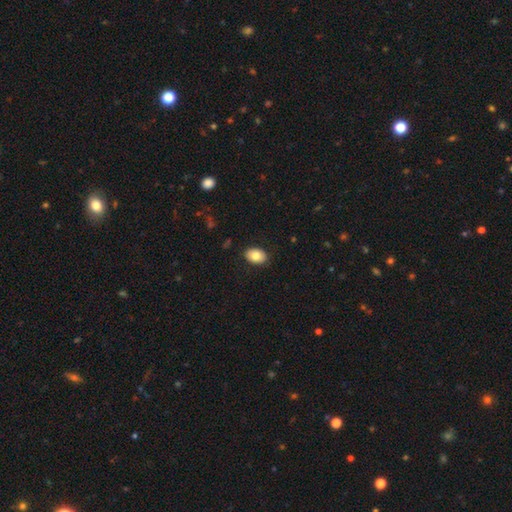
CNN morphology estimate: Q: Smooth or featured?
A: smooth (81%); runner-up: featured or disk (12%)
Q: How rounded?
A: in between (82%); runner-up: round (17%)
Q: Merging?
A: none (87%); runner-up: minor disturbance (10%)